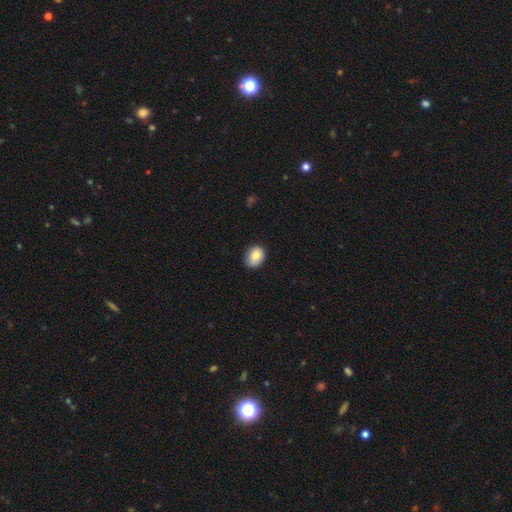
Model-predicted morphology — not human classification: Smooth or featured? smooth (85%)
How rounded? in between (58%)
Merging? none (80%)